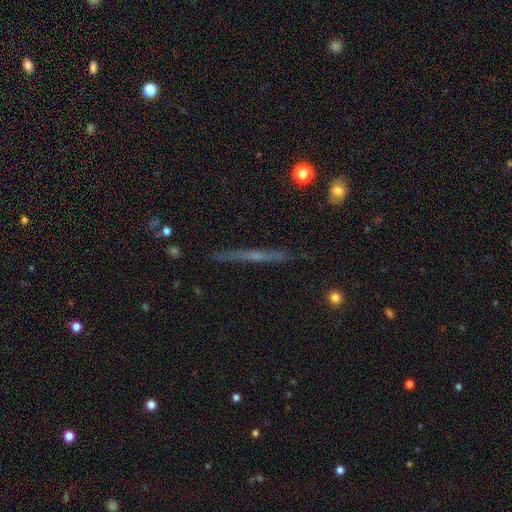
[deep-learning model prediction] Smooth or featured?
  - featured or disk: 63% *
  - smooth: 27%
  - star or artifact: 10%
Edge-on disk?
  - yes: 97% *
  - no: 3%
Edge-on bulge?
  - none: 59% *
  - rounded: 35%
  - boxy: 6%
Merging?
  - none: 88% *
  - minor disturbance: 9%
  - major disturbance: 2%
  - merger: 2%